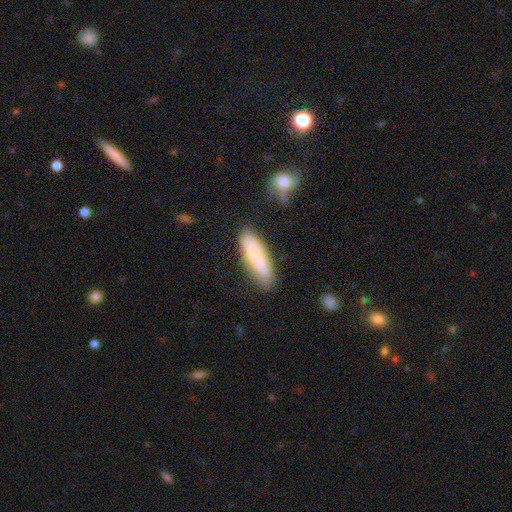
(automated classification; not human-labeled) Smooth or featured? Predicted: smooth (p=0.78). How rounded? Predicted: cigar-shaped (p=0.65). Merging? Predicted: none (p=0.76).